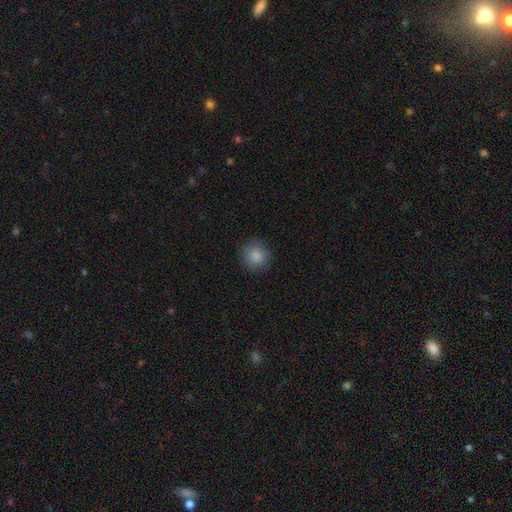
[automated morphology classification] A smooth galaxy with no disk features (87%) that is round (91%).

Vote fractions:
- Smooth or featured? smooth: 87% / star or artifact: 9% / featured or disk: 5%
- How rounded? round: 91% / in between: 8% / cigar-shaped: 1%
- Merging? none: 87% / minor disturbance: 10% / major disturbance: 3% / merger: 1%